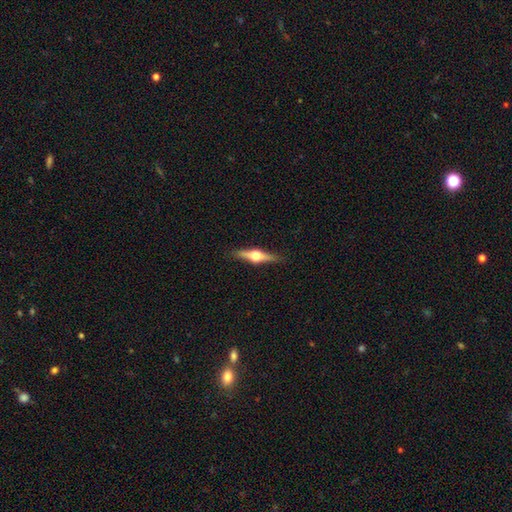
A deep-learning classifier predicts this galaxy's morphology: This appears to be a featured or disk galaxy (74%) viewed edge-on (98%) with a rounded central bulge (96%). Merging: none (90%).